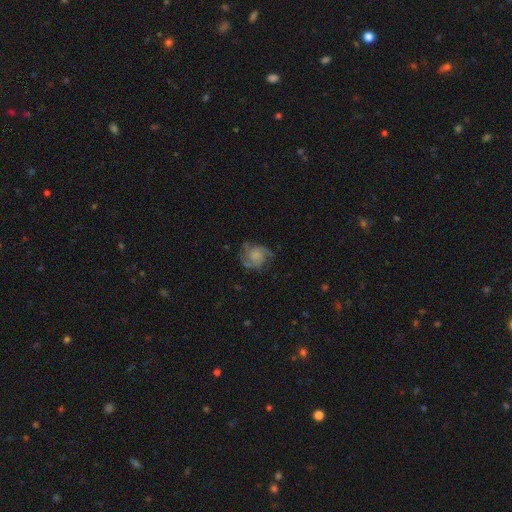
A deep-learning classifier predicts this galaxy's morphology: type=featured or disk (68%); edge-on=no (98%); bar=no (74%); spiral arms=yes (91%); winding=medium (47%); arm count=3 (34%); bulge=none (35%); merging=none (64%).